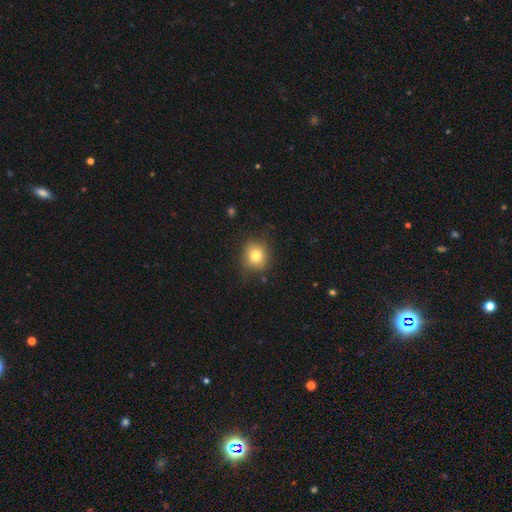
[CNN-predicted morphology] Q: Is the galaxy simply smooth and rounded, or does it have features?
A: smooth — 78%.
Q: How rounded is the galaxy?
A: round — 83%.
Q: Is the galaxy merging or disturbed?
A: none — 81%.